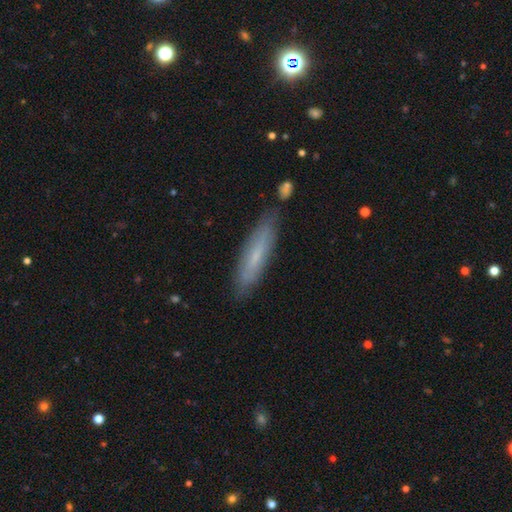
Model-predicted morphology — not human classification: A smooth galaxy with no disk features (60%) that is cigar-shaped (82%).

Vote fractions:
- Smooth or featured? smooth: 60% / featured or disk: 33% / star or artifact: 7%
- How rounded? cigar-shaped: 82% / in between: 17% / round: 1%
- Merging? none: 82% / minor disturbance: 13% / merger: 3% / major disturbance: 3%